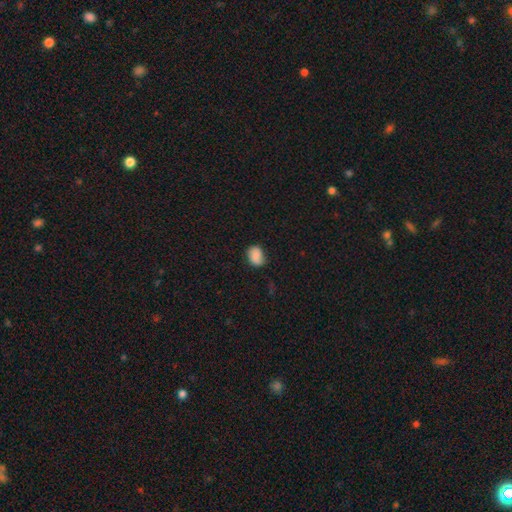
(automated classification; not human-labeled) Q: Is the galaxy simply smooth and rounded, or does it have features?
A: smooth — 84%.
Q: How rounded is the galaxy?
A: in between — 70%.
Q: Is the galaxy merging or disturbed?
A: none — 67%.